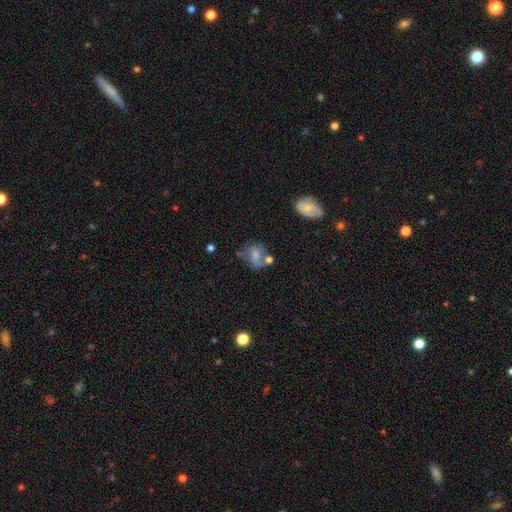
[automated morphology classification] smooth 55%, featured or disk 34%, star or artifact 12%. Down the decision tree: how rounded — in between (50%); merging — none (37%).